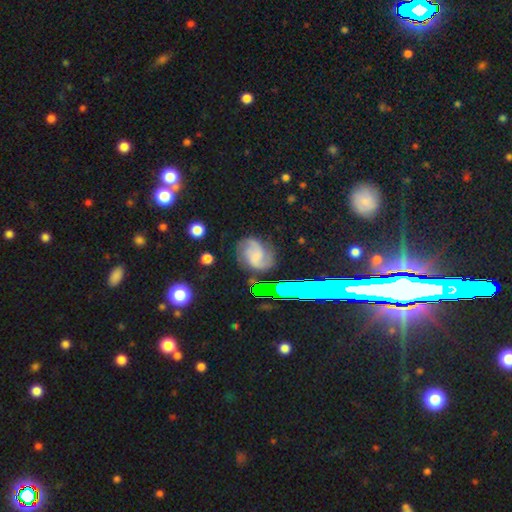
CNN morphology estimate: Smooth or featured? Predicted: featured or disk (p=0.70). Edge-on disk? Predicted: no (p=0.97). Bar? Predicted: no (p=0.49). Spiral arms? Predicted: yes (p=0.94). Spiral winding? Predicted: medium (p=0.46). Spiral arm count? Predicted: 2 (p=0.66). Bulge size? Predicted: small (p=0.38). Merging? Predicted: none (p=0.63).